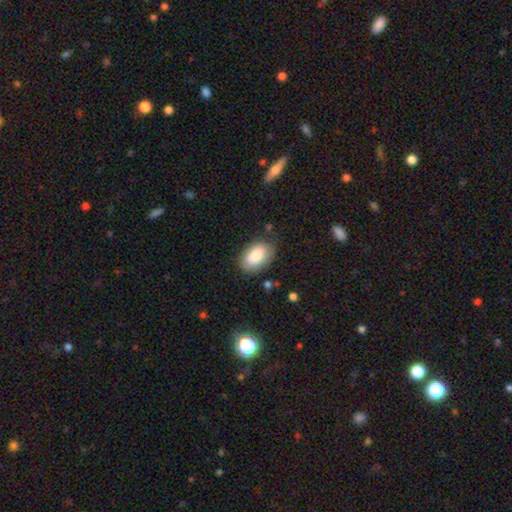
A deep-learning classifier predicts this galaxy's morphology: Smooth or featured?
  - smooth: 86% *
  - featured or disk: 8%
  - star or artifact: 6%
How rounded?
  - in between: 92% *
  - round: 7%
  - cigar-shaped: 1%
Merging?
  - none: 79% *
  - minor disturbance: 15%
  - major disturbance: 4%
  - merger: 2%